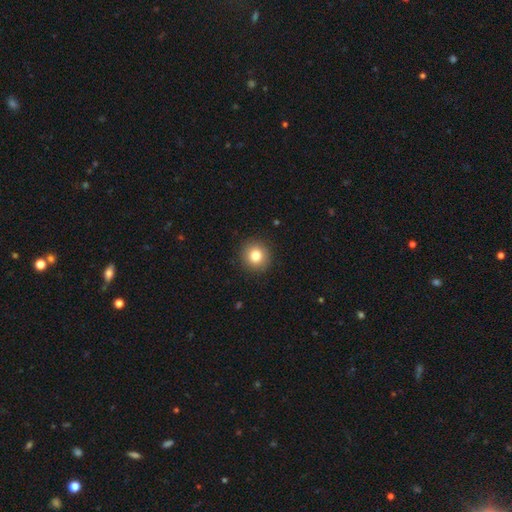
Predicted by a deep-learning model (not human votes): Smooth or featured? smooth (82%)
How rounded? round (92%)
Merging? none (91%)